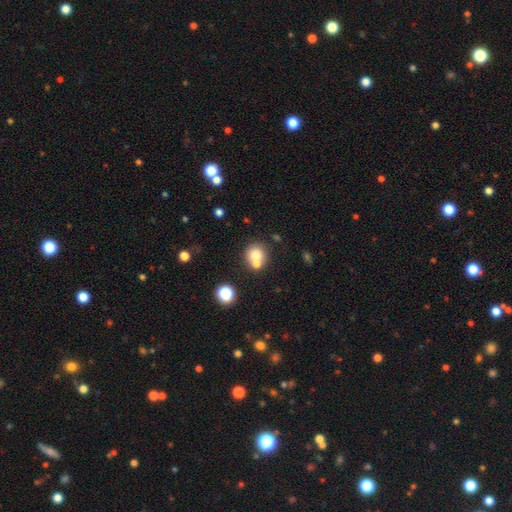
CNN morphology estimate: smooth_or_featured: smooth (p=0.74) [alt: featured or disk p=0.14]
how_rounded: round (p=0.85) [alt: in between p=0.14]
merging: none (p=0.52) [alt: merger p=0.37]